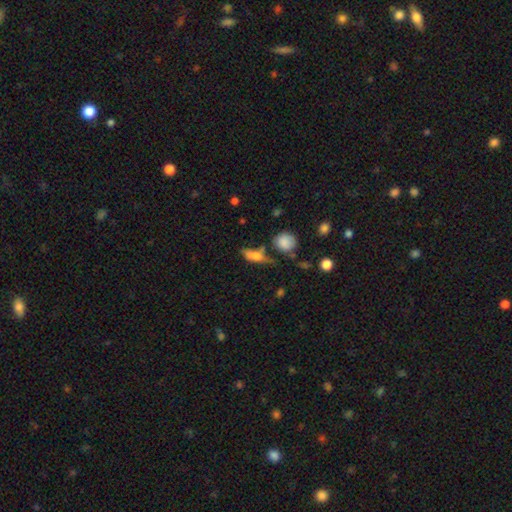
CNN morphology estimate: Q: Smooth or featured?
A: smooth (55%); runner-up: featured or disk (36%)
Q: How rounded?
A: in between (47%); runner-up: cigar-shaped (45%)
Q: Merging?
A: none (53%); runner-up: minor disturbance (22%)